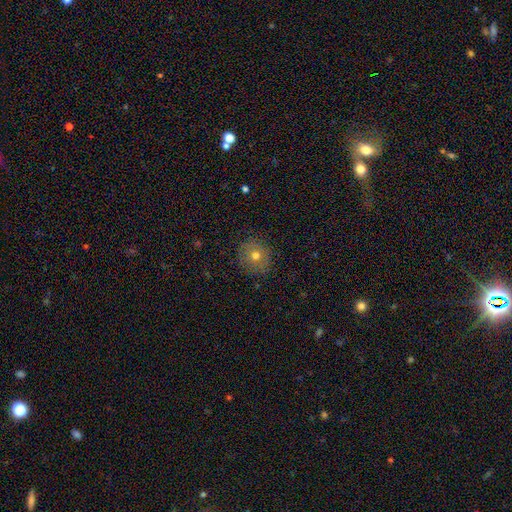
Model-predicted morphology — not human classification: smooth_or_featured: smooth (p=0.69) [alt: featured or disk p=0.18]
how_rounded: round (p=0.90) [alt: in between p=0.09]
merging: none (p=0.87) [alt: minor disturbance p=0.09]